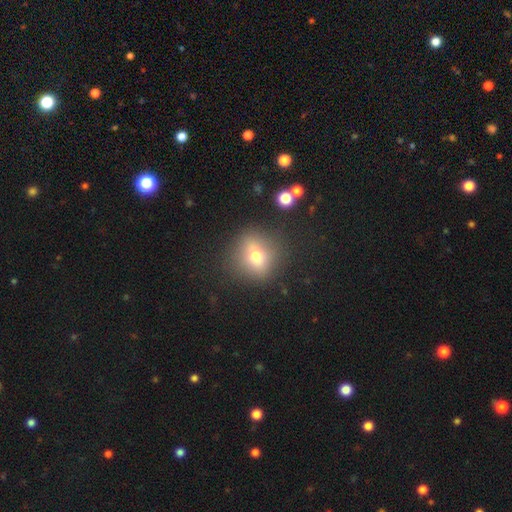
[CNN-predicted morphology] smooth-or-featured: smooth: 63% | featured or disk: 23% | star or artifact: 14%
  how-rounded: round: 79% | in between: 19% | cigar-shaped: 2%
  merging: none: 83% | minor disturbance: 10% | major disturbance: 4% | merger: 2%